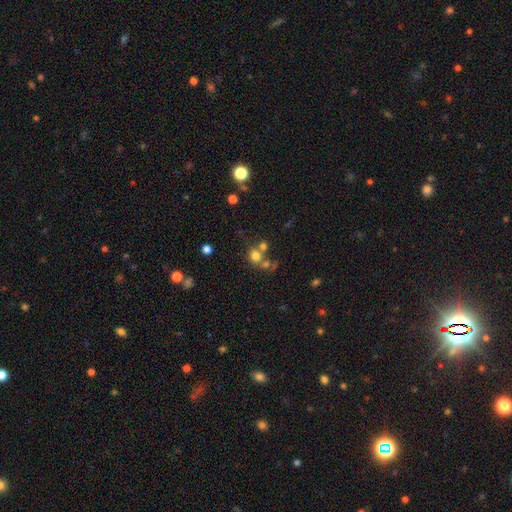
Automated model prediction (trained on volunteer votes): A smooth galaxy with no disk features (73%) that is round (82%).

Vote fractions:
- Smooth or featured? smooth: 73% / star or artifact: 17% / featured or disk: 11%
- How rounded? round: 82% / in between: 17% / cigar-shaped: 1%
- Merging? none: 50% / merger: 36% / minor disturbance: 9% / major disturbance: 5%